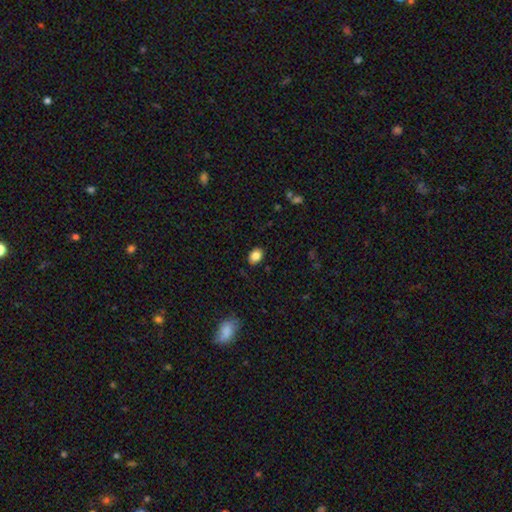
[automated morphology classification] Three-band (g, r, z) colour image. It shows a smooth galaxy with no disk features (84%) that is in between round and cigar-shaped (65%). Merging: none (86%).